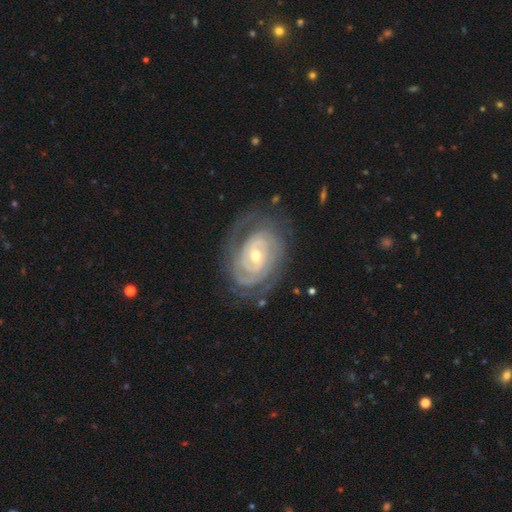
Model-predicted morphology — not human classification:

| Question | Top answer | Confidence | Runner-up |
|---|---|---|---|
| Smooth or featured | featured or disk | 89% | smooth (6%) |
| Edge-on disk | no | 97% | yes (3%) |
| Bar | no | 46% | weak (37%) |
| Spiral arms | yes | 97% | no (3%) |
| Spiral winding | tight | 78% | medium (18%) |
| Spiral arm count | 2 | 42% | can't tell (23%) |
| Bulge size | small | 51% | moderate (46%) |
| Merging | none | 73% | minor disturbance (17%) |